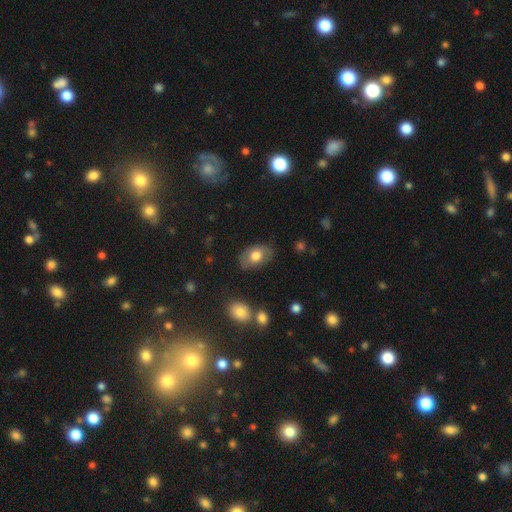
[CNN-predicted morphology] smooth 68%, featured or disk 25%, star or artifact 7%. Down the decision tree: how rounded — in between (86%); merging — none (78%).